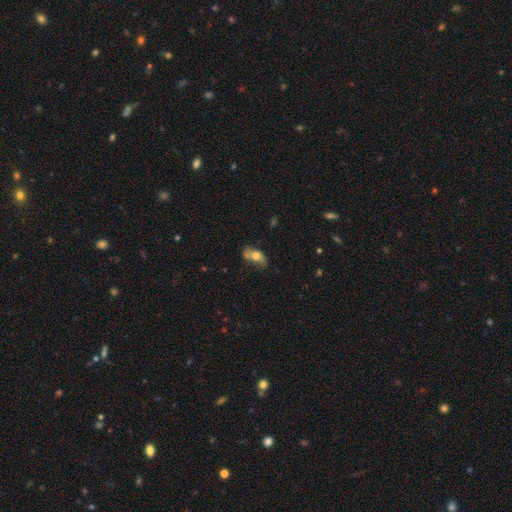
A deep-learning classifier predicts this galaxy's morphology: smooth_or_featured: smooth (p=0.48) [alt: featured or disk p=0.43]
merging: none (p=0.53) [alt: minor disturbance p=0.27]